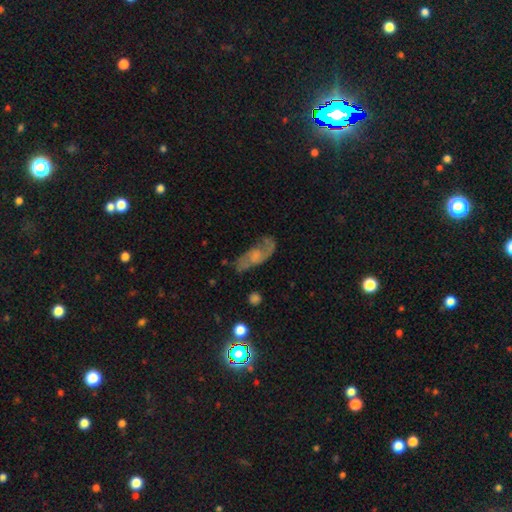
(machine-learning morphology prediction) A featured or disk galaxy (65%) with no bar (62%), 2 (77%) medium (42%) spiral arms (86%) and a moderate central bulge (30%).

Vote fractions:
- Smooth or featured? featured or disk: 65% / smooth: 23% / star or artifact: 11%
- Edge-on disk? no: 90% / yes: 10%
- Bar? no: 62% / weak: 32% / strong: 6%
- Spiral arms? yes: 86% / no: 14%
- Spiral winding? medium: 42% / loose: 41% / tight: 17%
- Spiral arm count? 2: 77% / can't tell: 11% / 1: 9% / 3: 2% / 4: 1% / more than 4: 1%
- Bulge size? moderate: 30% / none: 29% / small: 28% / large: 11% / dominant: 2%
- Merging? none: 65% / minor disturbance: 20% / major disturbance: 13% / merger: 3%